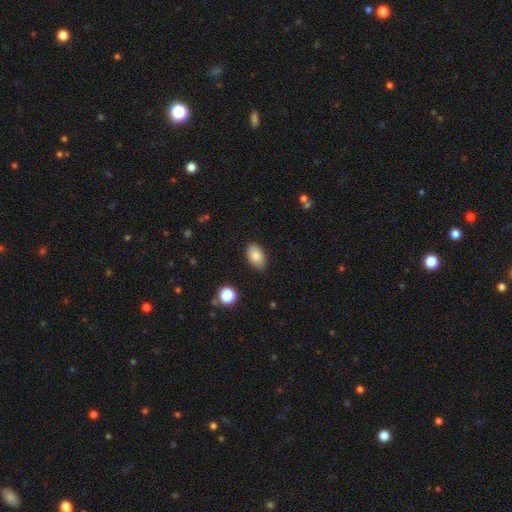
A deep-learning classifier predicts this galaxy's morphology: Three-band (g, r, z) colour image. It shows a smooth galaxy with no disk features (84%) that is in between round and cigar-shaped (92%). Merging: none (84%).